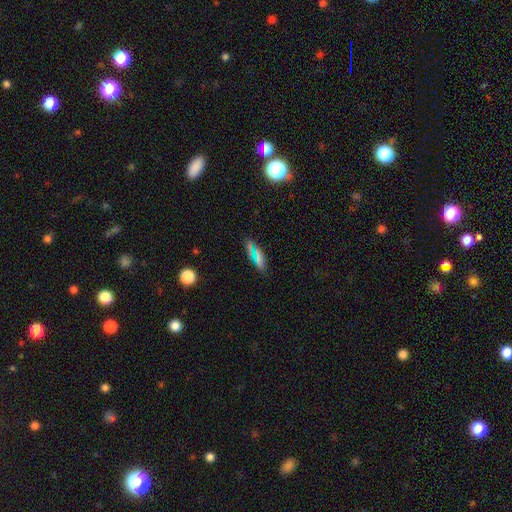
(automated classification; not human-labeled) A smooth galaxy with no disk features (64%) that is in between round and cigar-shaped (54%).

Vote fractions:
- Smooth or featured? smooth: 64% / star or artifact: 21% / featured or disk: 14%
- How rounded? in between: 54% / cigar-shaped: 40% / round: 6%
- Merging? none: 78% / minor disturbance: 13% / major disturbance: 4% / merger: 4%